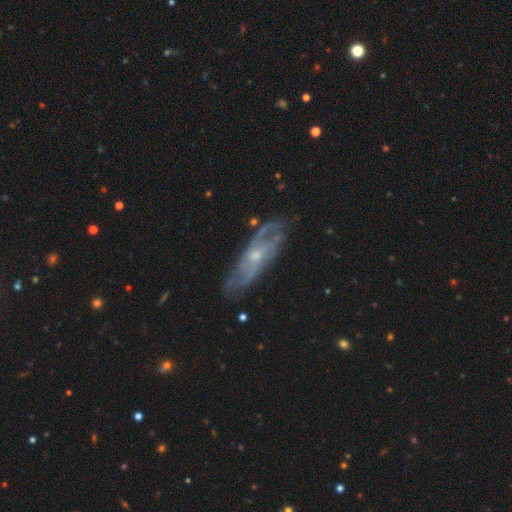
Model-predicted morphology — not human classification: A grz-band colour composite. It shows a featured or disk galaxy (80%) with no bar (66%), medium (42%) spiral arms (86%) and a small central bulge (63%). Merging: none (71%).